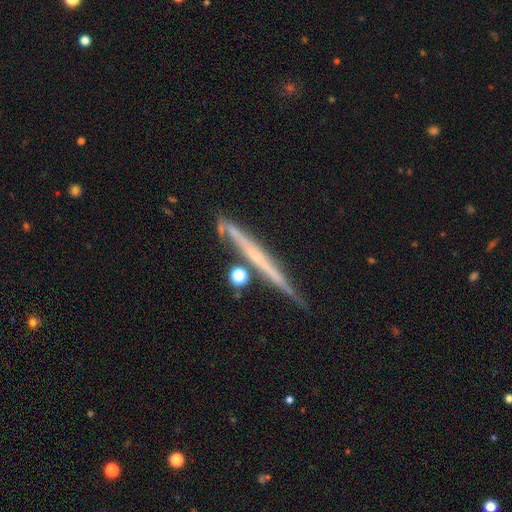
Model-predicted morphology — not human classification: Smooth or featured? featured or disk (67%)
Edge-on disk? yes (96%)
Edge-on bulge? none (73%)
Merging? none (74%)